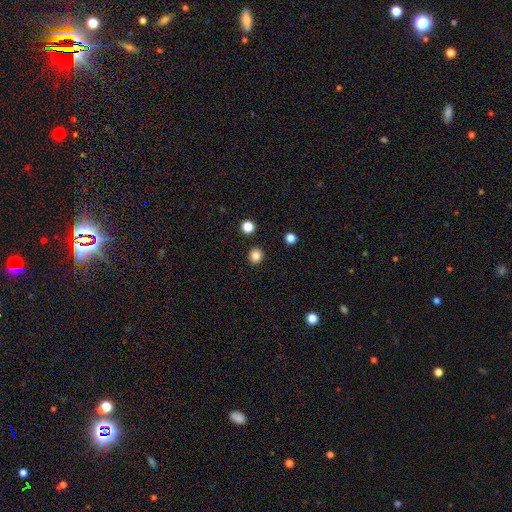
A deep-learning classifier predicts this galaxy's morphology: The model was most divided on "smooth or featured": smooth: 84%, star or artifact: 12%, featured or disk: 4%. More confident: merging — none (92%); how rounded — round (88%).